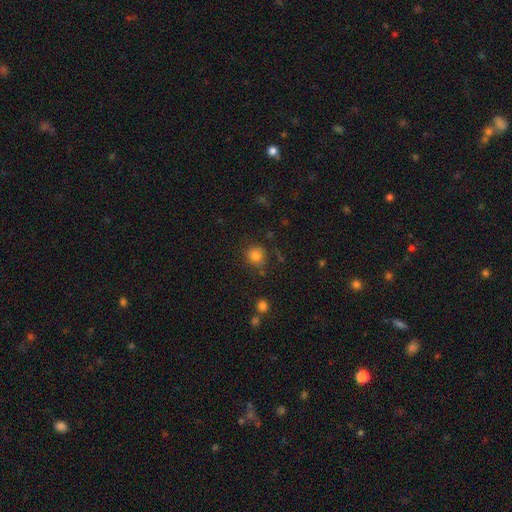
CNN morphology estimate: smooth 80%, star or artifact 13%, featured or disk 7%. Down the decision tree: how rounded — round (83%); merging — none (77%).